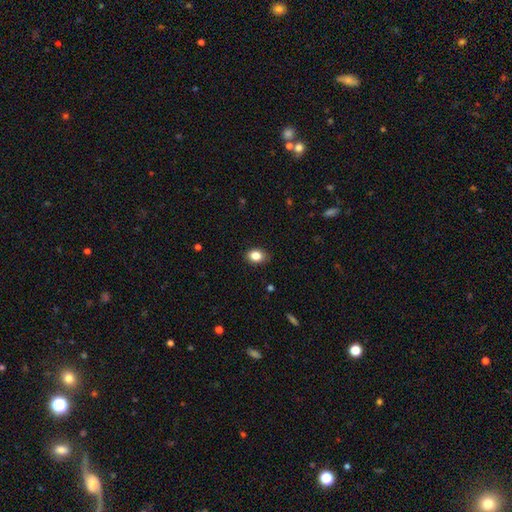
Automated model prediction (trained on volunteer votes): The model was most divided on "how rounded": in between: 72%, round: 27%, cigar-shaped: 1%. More confident: merging — none (86%); smooth or featured — smooth (84%).